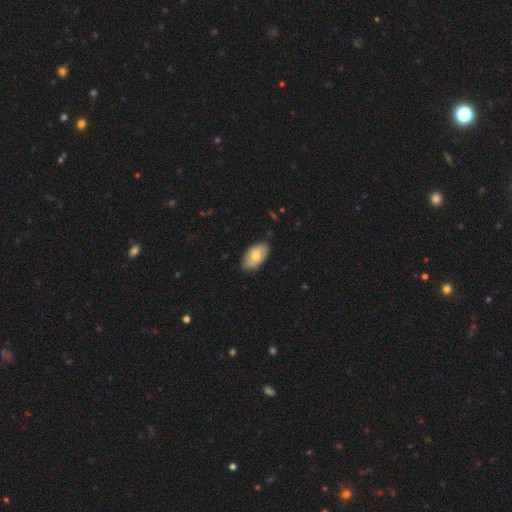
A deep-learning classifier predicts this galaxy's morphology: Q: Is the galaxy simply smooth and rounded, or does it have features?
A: smooth — 72%.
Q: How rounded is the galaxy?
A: in between — 94%.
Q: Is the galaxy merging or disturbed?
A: none — 80%.